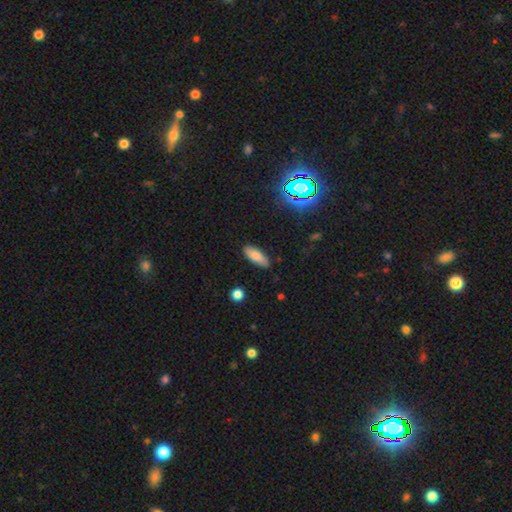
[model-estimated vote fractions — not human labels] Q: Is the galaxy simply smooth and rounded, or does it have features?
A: smooth — 82%.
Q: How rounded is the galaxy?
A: in between — 71%.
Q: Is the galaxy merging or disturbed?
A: none — 83%.